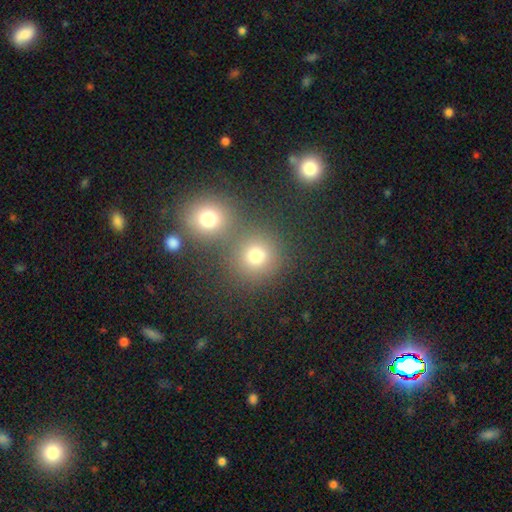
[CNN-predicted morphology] smooth 76%, star or artifact 17%, featured or disk 7%. Down the decision tree: how rounded — round (89%); merging — none (63%).